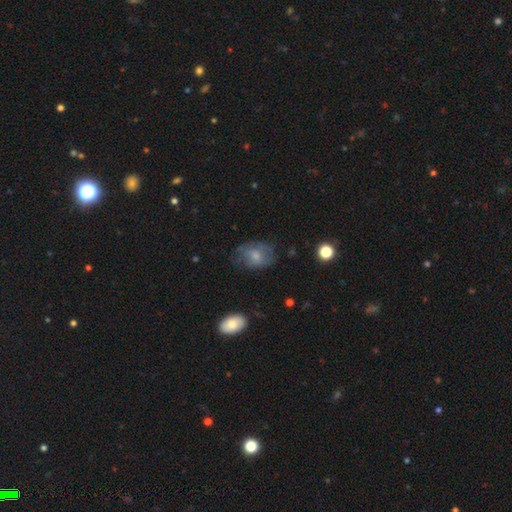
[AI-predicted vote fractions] Smooth or featured?
  - smooth: 63% *
  - featured or disk: 28%
  - star or artifact: 9%
How rounded?
  - in between: 62% *
  - round: 36%
  - cigar-shaped: 1%
Merging?
  - none: 54% *
  - minor disturbance: 27%
  - major disturbance: 17%
  - merger: 2%